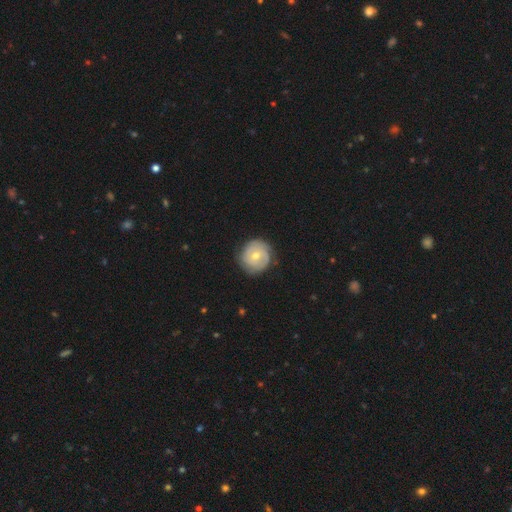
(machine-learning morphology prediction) featured or disk 57%, smooth 37%, star or artifact 6%. Down the decision tree: edge-on disk — no (97%); bar — no (71%); spiral arms — yes (78%); bulge size — moderate (62%); merging — none (77%).